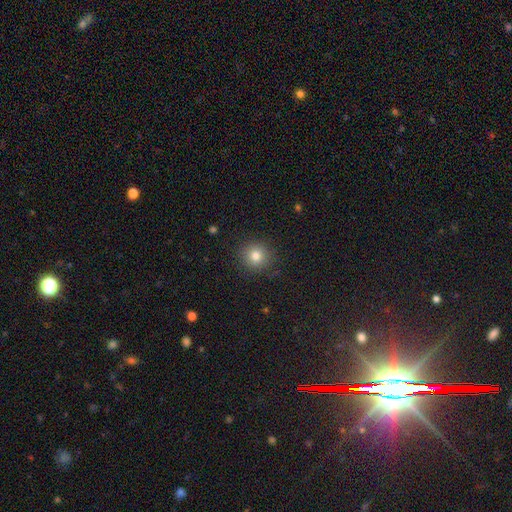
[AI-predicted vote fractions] smooth-or-featured: smooth: 80% | star or artifact: 13% | featured or disk: 8%
  how-rounded: round: 91% | in between: 8% | cigar-shaped: 1%
  merging: none: 89% | minor disturbance: 7% | major disturbance: 3% | merger: 1%